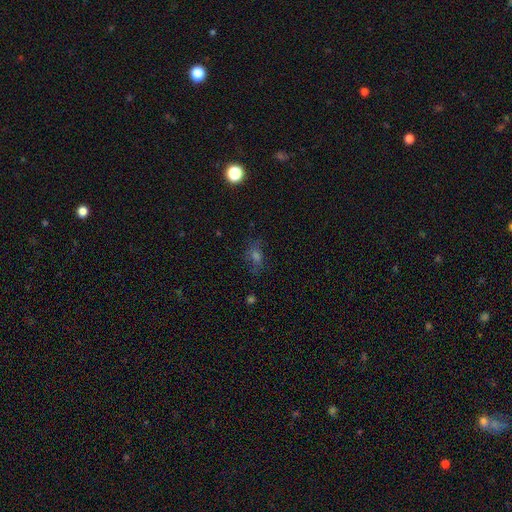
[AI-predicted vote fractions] Q: Smooth or featured?
A: smooth (43%); runner-up: star or artifact (34%)
Q: Merging?
A: none (72%); runner-up: minor disturbance (17%)